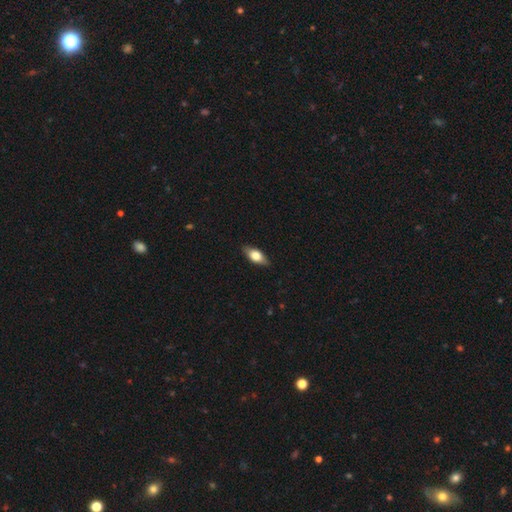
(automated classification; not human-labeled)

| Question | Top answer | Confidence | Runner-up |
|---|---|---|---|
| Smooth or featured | smooth | 62% | featured or disk (32%) |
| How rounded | in between | 80% | cigar-shaped (15%) |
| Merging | none | 86% | minor disturbance (11%) |